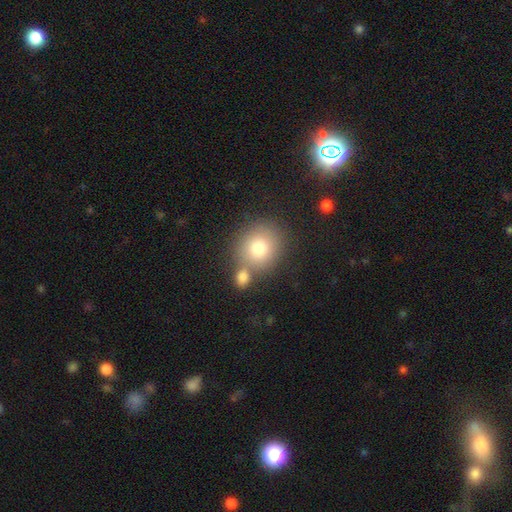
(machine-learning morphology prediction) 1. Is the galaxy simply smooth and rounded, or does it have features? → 74% smooth, 17% star or artifact, 9% featured or disk.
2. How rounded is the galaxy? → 87% round, 12% in between, 1% cigar-shaped.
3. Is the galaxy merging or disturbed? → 69% none, 19% merger, 9% minor disturbance, 3% major disturbance.